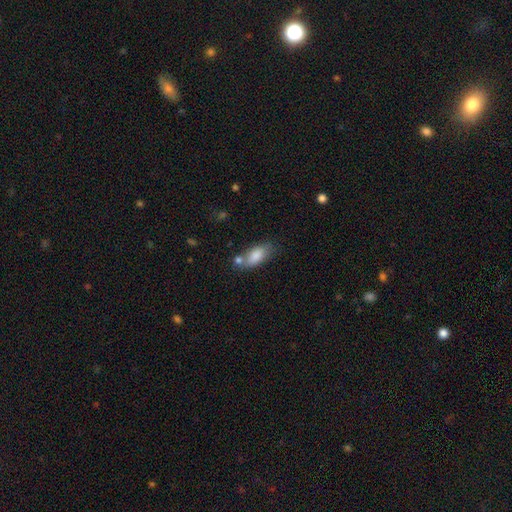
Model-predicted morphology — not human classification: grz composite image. It shows a smooth galaxy with no disk features (83%) that is in between round and cigar-shaped (85%). Merging: none (52%).